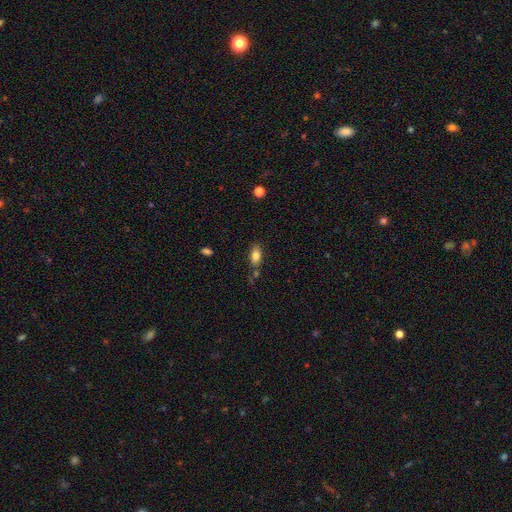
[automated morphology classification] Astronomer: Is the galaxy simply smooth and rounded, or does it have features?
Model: smooth — 82%.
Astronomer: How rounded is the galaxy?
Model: in between — 88%.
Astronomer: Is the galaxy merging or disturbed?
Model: none — 69%.